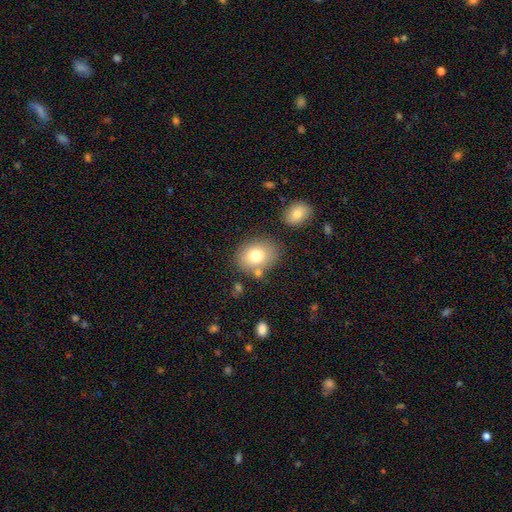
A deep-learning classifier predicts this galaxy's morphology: smooth-or-featured: smooth: 76% | featured or disk: 14% | star or artifact: 9%
  how-rounded: in between: 57% | round: 42% | cigar-shaped: 1%
  merging: none: 73% | minor disturbance: 14% | merger: 9% | major disturbance: 4%